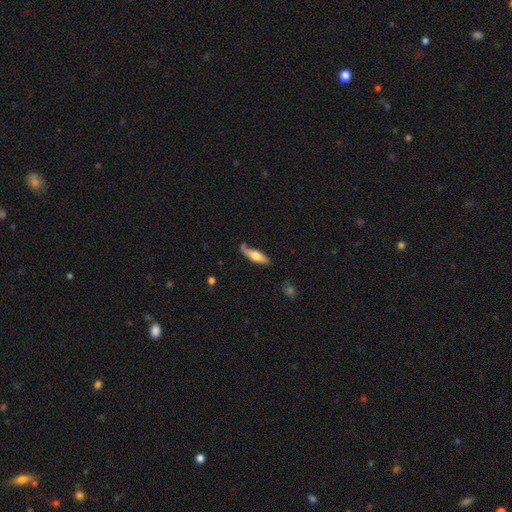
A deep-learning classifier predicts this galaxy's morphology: smooth 56%, featured or disk 38%, star or artifact 6%. Down the decision tree: how rounded — cigar-shaped (59%); merging — none (64%).